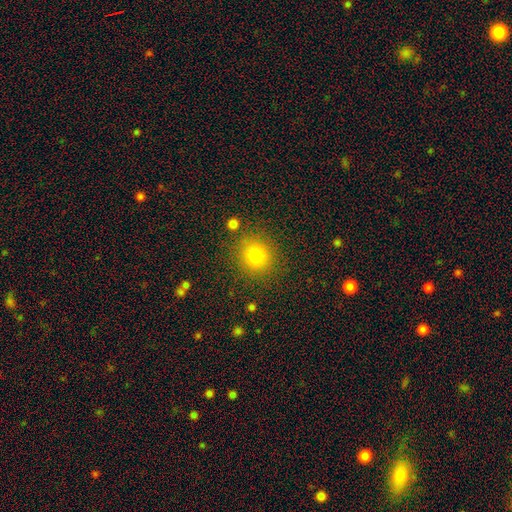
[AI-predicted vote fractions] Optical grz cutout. It shows a smooth galaxy with no disk features (80%) that is round (92%). Merging: none (85%).